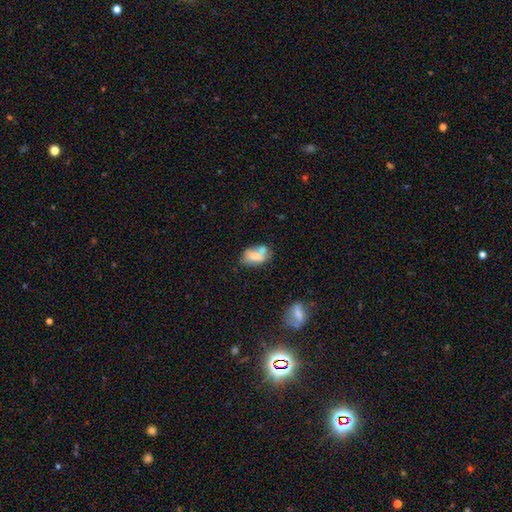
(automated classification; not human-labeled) Smooth or featured? Predicted: smooth (p=0.65). How rounded? Predicted: in between (p=0.84). Merging? Predicted: none (p=0.39).